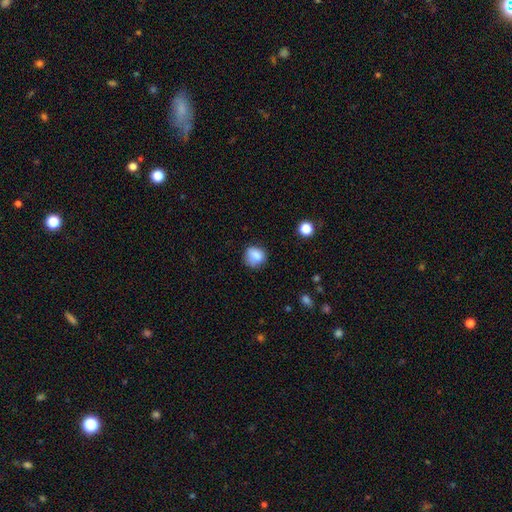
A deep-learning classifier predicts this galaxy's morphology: Q: Smooth or featured?
A: smooth (80%); runner-up: star or artifact (10%)
Q: How rounded?
A: round (73%); runner-up: in between (26%)
Q: Merging?
A: none (61%); runner-up: minor disturbance (26%)